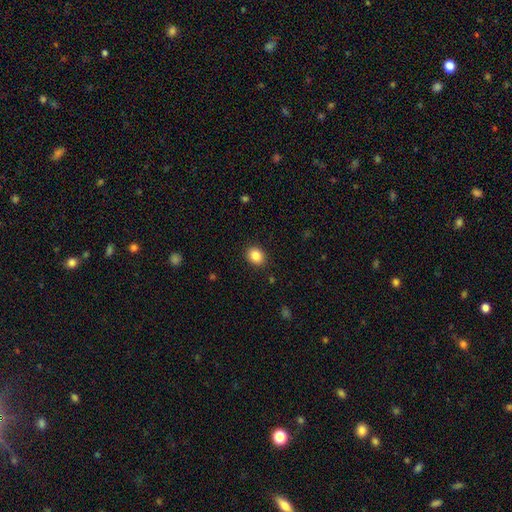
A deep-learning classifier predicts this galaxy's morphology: This is clearly a smooth galaxy (86%). How rounded: possibly round (57%). Merging: clearly none (90%).